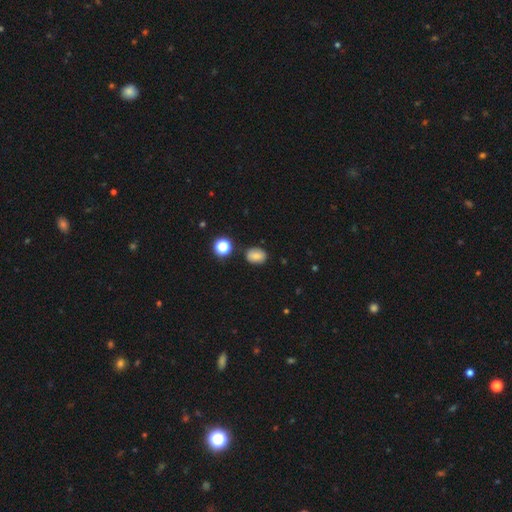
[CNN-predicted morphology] type=smooth (80%); roundness=in between (68%); merging=none (82%).